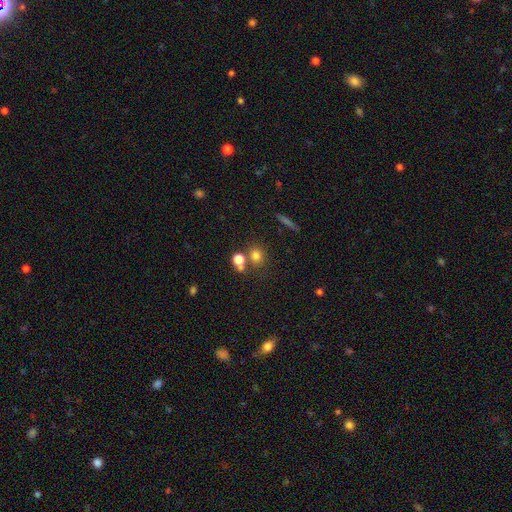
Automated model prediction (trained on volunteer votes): A smooth galaxy with no disk features (75%) that is round (79%).

Vote fractions:
- Smooth or featured? smooth: 75% / star or artifact: 15% / featured or disk: 10%
- How rounded? round: 79% / in between: 19% / cigar-shaped: 2%
- Merging? none: 60% / merger: 26% / minor disturbance: 9% / major disturbance: 4%